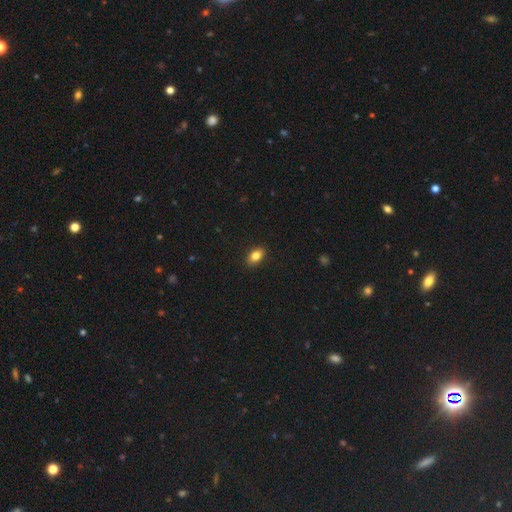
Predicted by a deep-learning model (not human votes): A smooth galaxy with no disk features (83%) that is in between round and cigar-shaped (83%).

Vote fractions:
- Smooth or featured? smooth: 83% / star or artifact: 9% / featured or disk: 8%
- How rounded? in between: 83% / round: 15% / cigar-shaped: 2%
- Merging? none: 90% / minor disturbance: 8% / major disturbance: 2% / merger: 1%